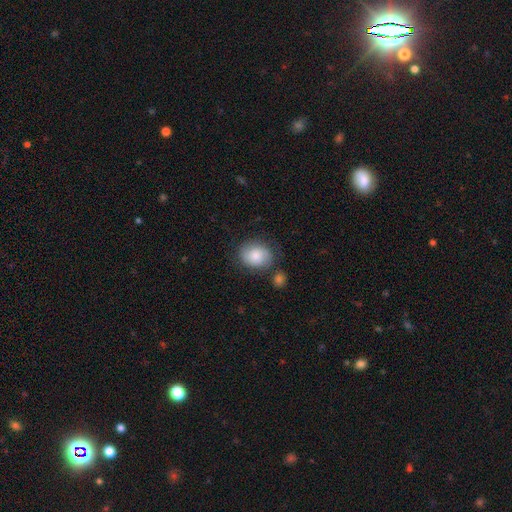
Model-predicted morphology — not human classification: smooth 78%, featured or disk 15%, star or artifact 7%. Down the decision tree: how rounded — round (53%); merging — none (68%).